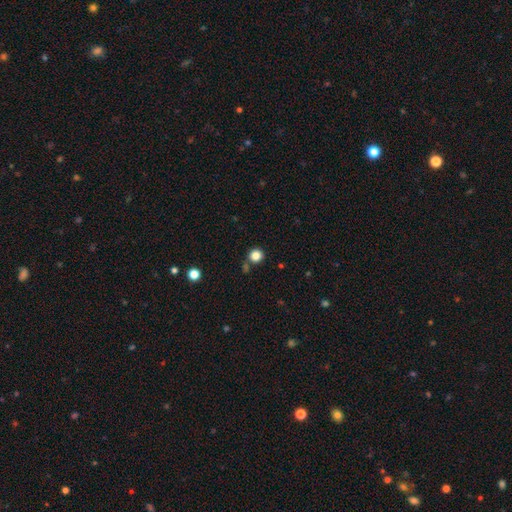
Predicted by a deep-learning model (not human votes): A smooth galaxy with no disk features (83%) that is round (93%).

Vote fractions:
- Smooth or featured? smooth: 83% / star or artifact: 12% / featured or disk: 4%
- How rounded? round: 93% / in between: 6% / cigar-shaped: 1%
- Merging? none: 80% / merger: 9% / minor disturbance: 9% / major disturbance: 3%